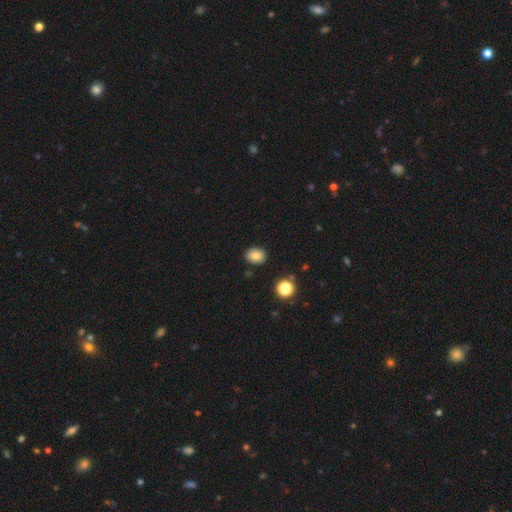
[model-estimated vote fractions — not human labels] The model was most divided on "how rounded": round: 55%, in between: 44%, cigar-shaped: 1%. More confident: merging — none (87%); smooth or featured — smooth (82%).